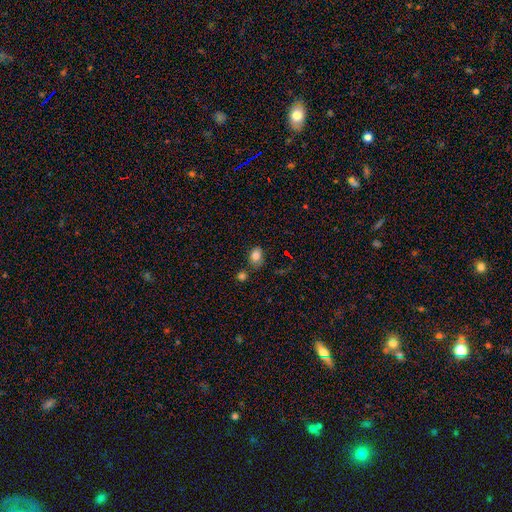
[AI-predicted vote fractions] smooth-or-featured: smooth: 83% | star or artifact: 9% | featured or disk: 8%
  how-rounded: in between: 78% | round: 20% | cigar-shaped: 1%
  merging: none: 69% | minor disturbance: 17% | merger: 9% | major disturbance: 4%